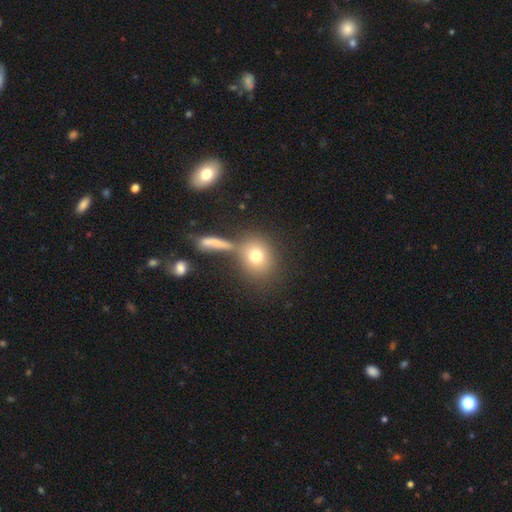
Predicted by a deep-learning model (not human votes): Smooth or featured: smooth — 75% (featured or disk — 13%)
How rounded: round — 78% (in between — 20%)
Merging: none — 65% (merger — 18%)